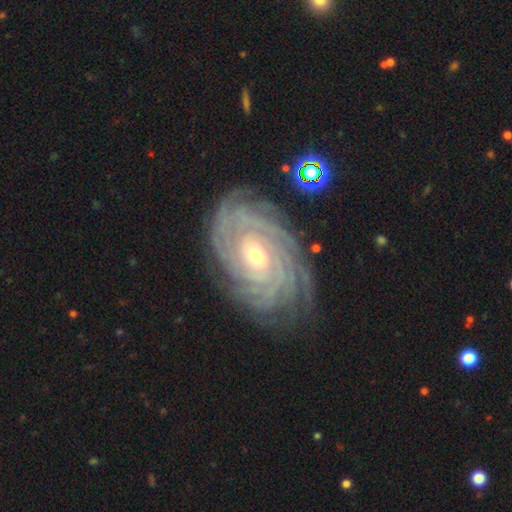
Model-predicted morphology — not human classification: Overall: featured or disk (89%). Edge-on disk: no (96%). Bar: no (55%; weak 32%). Spiral arms: yes (98%). Spiral arm count: can't tell (26%, tied with more than 4). Spiral winding: tight (86%). Bulge size: moderate (52%; small 44%). Merging: none (81%).